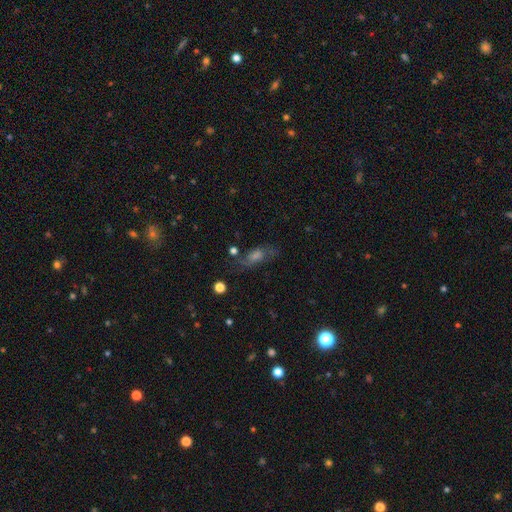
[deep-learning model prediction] Smooth or featured?
  - featured or disk: 40% *
  - smooth: 36%
  - star or artifact: 24%
Merging?
  - none: 66% *
  - minor disturbance: 18%
  - major disturbance: 11%
  - merger: 5%